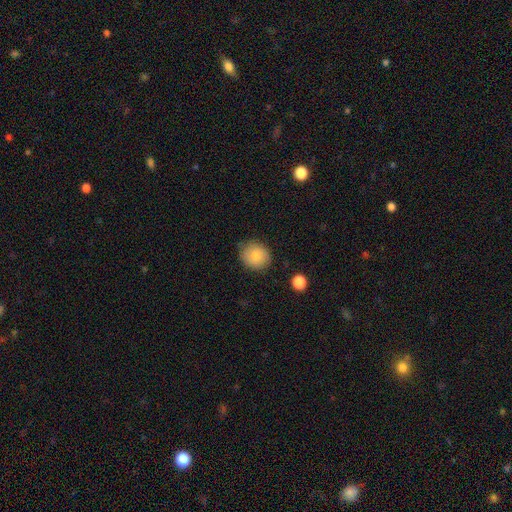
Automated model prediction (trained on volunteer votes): This is clearly a smooth galaxy (84%). How rounded: likely round (78%). Merging: likely none (80%).